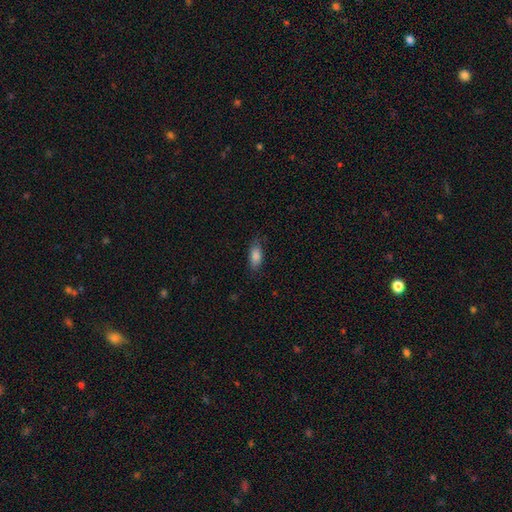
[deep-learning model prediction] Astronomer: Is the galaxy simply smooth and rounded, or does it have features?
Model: smooth — 86%.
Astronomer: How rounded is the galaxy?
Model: in between — 86%.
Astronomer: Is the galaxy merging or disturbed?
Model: none — 76%.